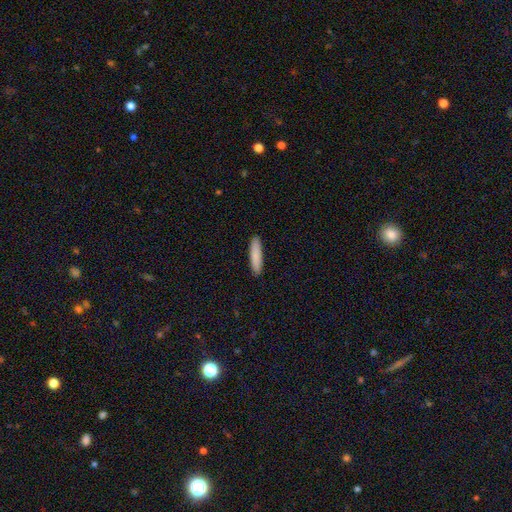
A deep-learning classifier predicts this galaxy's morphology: The model was most divided on "how rounded": cigar-shaped: 82%, in between: 17%, round: 1%. More confident: merging — none (91%); smooth or featured — smooth (86%).